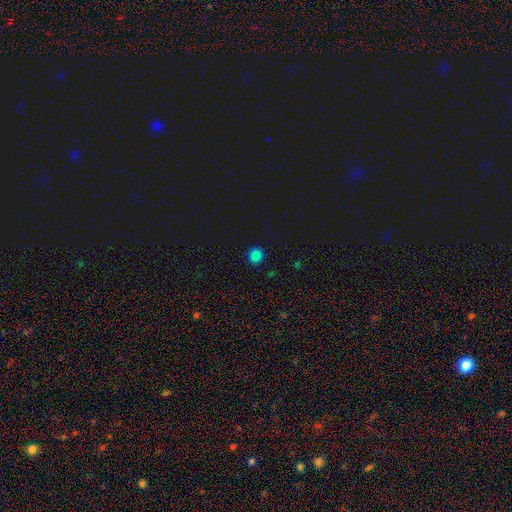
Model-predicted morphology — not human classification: This appears to be a smooth galaxy with no disk features (83%) that is round (92%). Merging: none (91%).